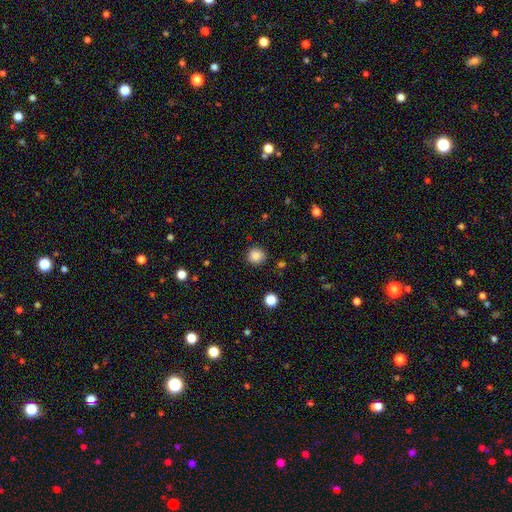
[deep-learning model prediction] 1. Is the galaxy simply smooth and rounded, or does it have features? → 86% smooth, 11% star or artifact, 4% featured or disk.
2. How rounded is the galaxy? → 90% round, 9% in between, 1% cigar-shaped.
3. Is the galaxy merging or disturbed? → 90% none, 7% minor disturbance, 2% major disturbance, 1% merger.